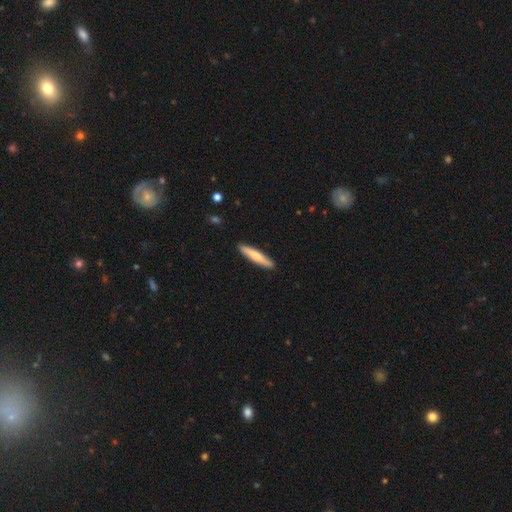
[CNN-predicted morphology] Overall: smooth (66%; featured or disk 29%). How rounded: cigar-shaped (90%). Merging: none (91%).